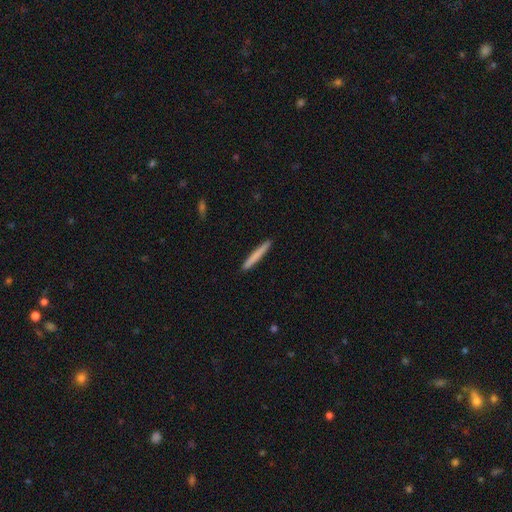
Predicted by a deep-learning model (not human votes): Morphology: type=smooth (74%); roundness=cigar-shaped (97%); merging=none (92%).